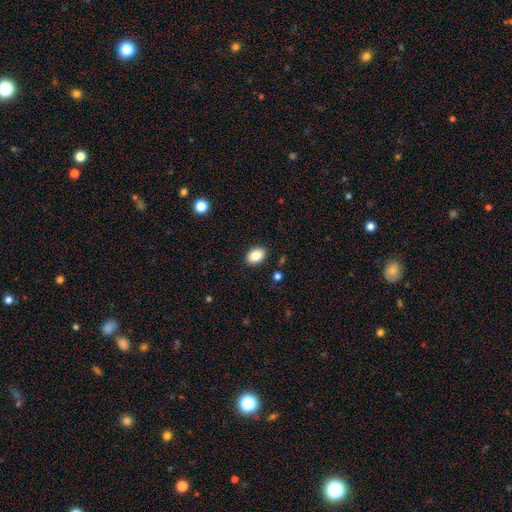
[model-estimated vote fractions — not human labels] smooth-or-featured: smooth: 87% | star or artifact: 8% | featured or disk: 5%
  how-rounded: in between: 81% | round: 18% | cigar-shaped: 1%
  merging: none: 89% | minor disturbance: 8% | major disturbance: 2% | merger: 1%